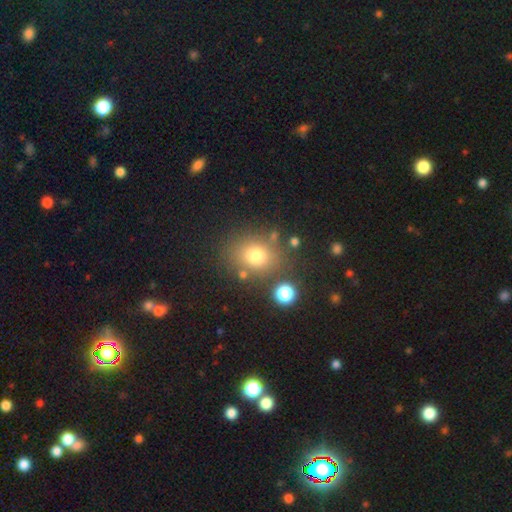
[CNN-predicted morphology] This is likely a smooth galaxy (74%). How rounded: likely round (63%). Merging: likely none (76%).